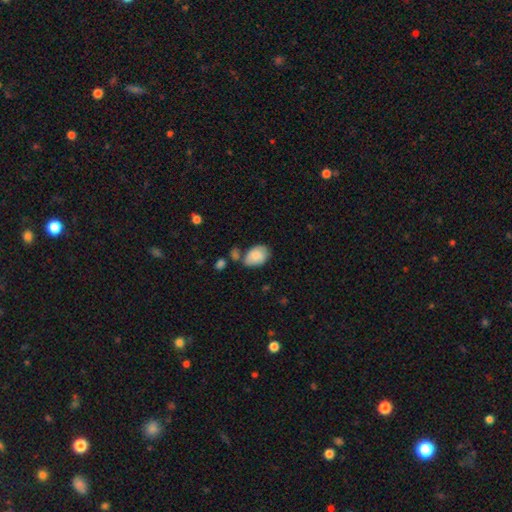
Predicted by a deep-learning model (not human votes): Overall: smooth (84%). How rounded: in between (81%). Merging: none (49%; minor disturbance 27%).